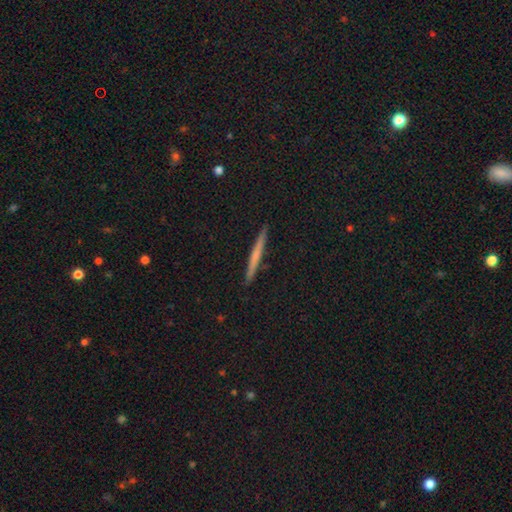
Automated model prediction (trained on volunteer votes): The model was most divided on "smooth or featured": smooth: 51%, featured or disk: 43%, star or artifact: 6%. More confident: how rounded — cigar-shaped (96%); merging — none (93%).